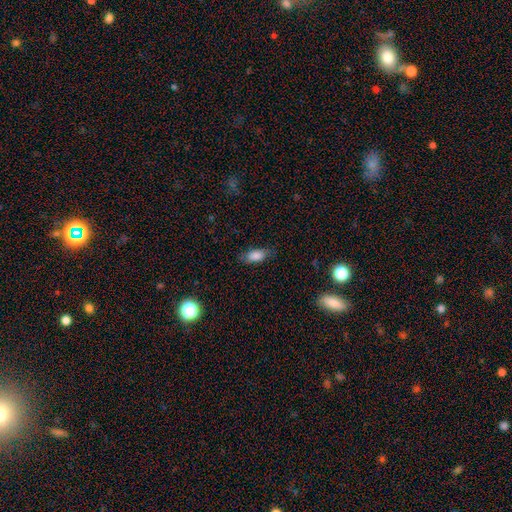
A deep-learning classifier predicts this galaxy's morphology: Smooth or featured? Predicted: smooth (p=0.83). How rounded? Predicted: in between (p=0.84). Merging? Predicted: none (p=0.76).